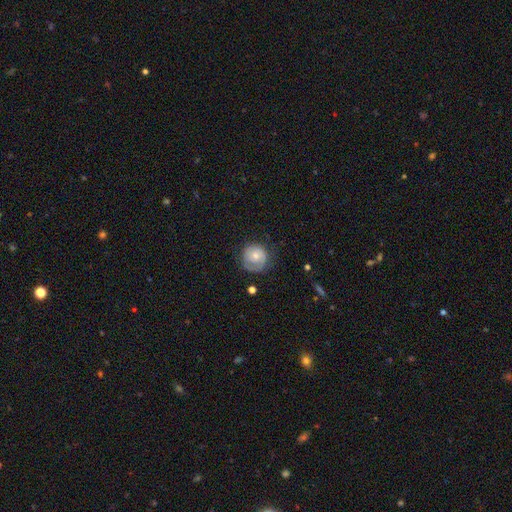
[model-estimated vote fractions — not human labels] Smooth or featured? Predicted: smooth (p=0.52). How rounded? Predicted: round (p=0.88). Merging? Predicted: none (p=0.62).